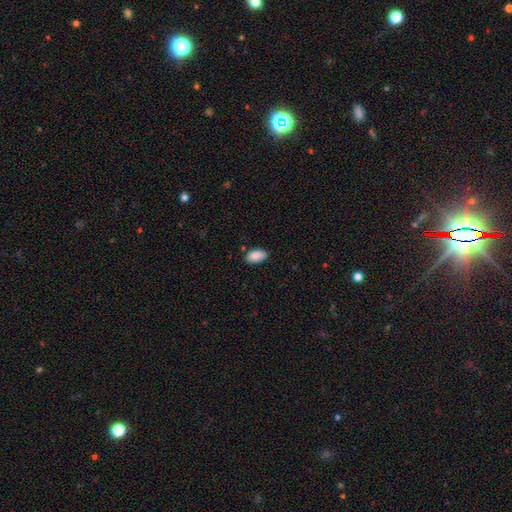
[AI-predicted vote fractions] This is clearly a smooth galaxy (89%). How rounded: clearly in between (94%). Merging: clearly none (83%).